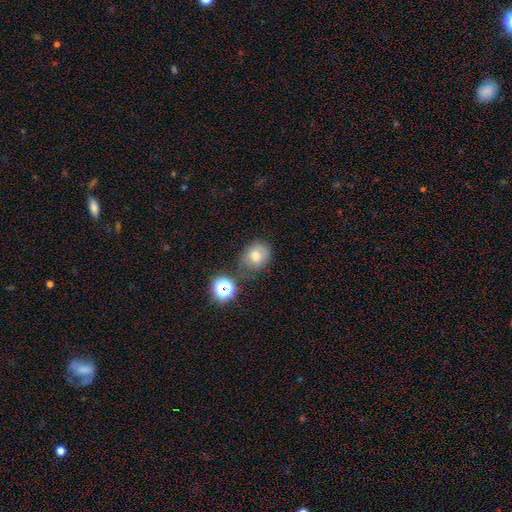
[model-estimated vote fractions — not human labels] This appears to be a smooth galaxy with no disk features (71%) that is round (56%). Merging: none (64%).